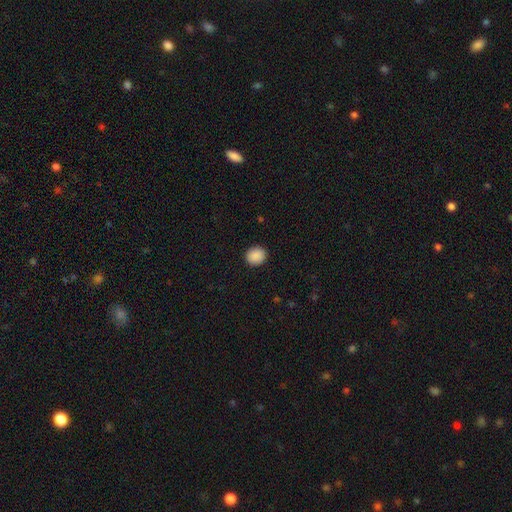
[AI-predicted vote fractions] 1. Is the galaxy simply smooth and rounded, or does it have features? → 90% smooth, 8% star or artifact, 2% featured or disk.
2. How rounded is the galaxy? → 81% round, 18% in between, 1% cigar-shaped.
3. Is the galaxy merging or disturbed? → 91% none, 6% minor disturbance, 2% major disturbance, 1% merger.